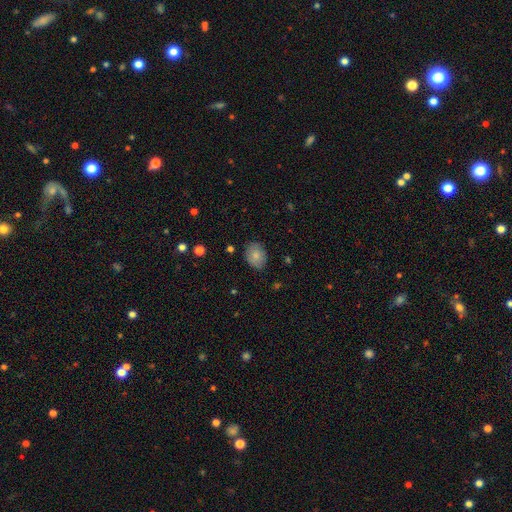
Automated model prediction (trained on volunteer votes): Morphology: type=smooth (81%); roundness=in between (70%); merging=none (82%).